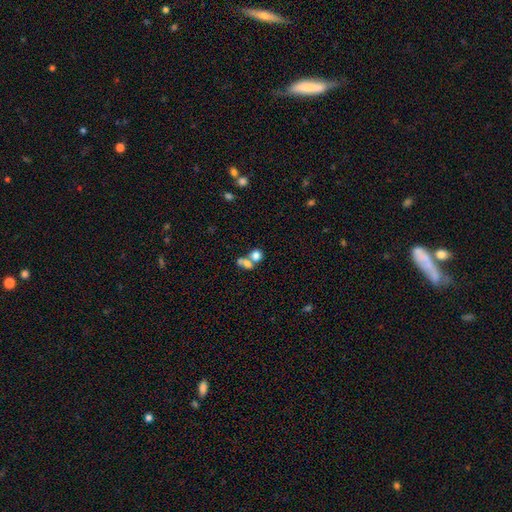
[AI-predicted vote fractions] smooth_or_featured: smooth (p=0.74) [alt: featured or disk p=0.13]
how_rounded: round (p=0.65) [alt: in between p=0.34]
merging: merger (p=0.57) [alt: none p=0.32]